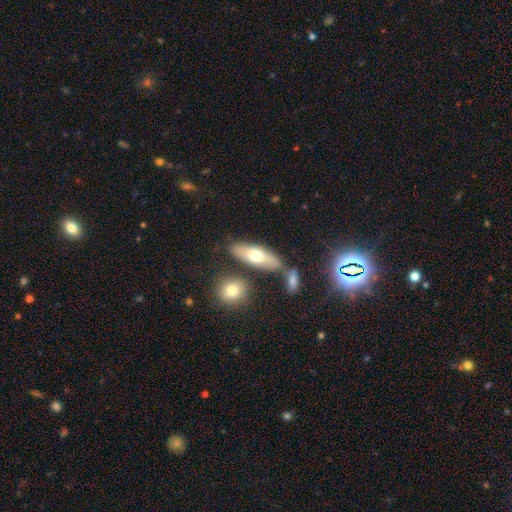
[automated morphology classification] Smooth or featured? smooth (65%)
How rounded? in between (64%)
Merging? none (70%)